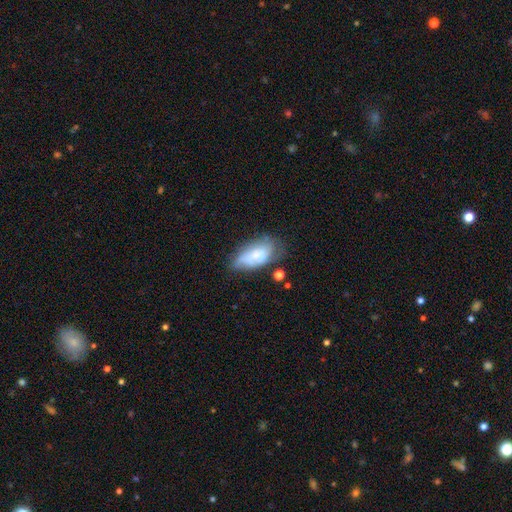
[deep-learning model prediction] Q: Smooth or featured?
A: smooth (57%); runner-up: featured or disk (35%)
Q: How rounded?
A: in between (91%); runner-up: cigar-shaped (6%)
Q: Merging?
A: none (49%); runner-up: minor disturbance (31%)